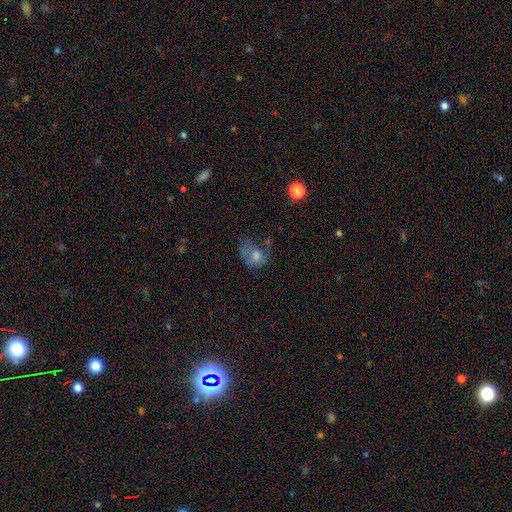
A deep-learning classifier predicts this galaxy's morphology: Smooth or featured? smooth (59%)
How rounded? in between (53%)
Merging? major disturbance (34%)